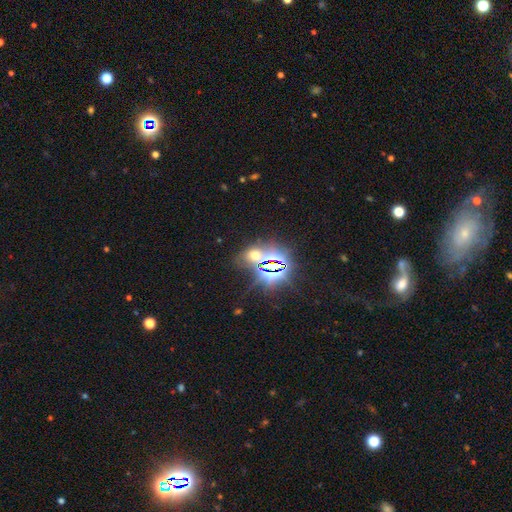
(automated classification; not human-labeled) This is likely a star or artifact rather than a galaxy (64%).